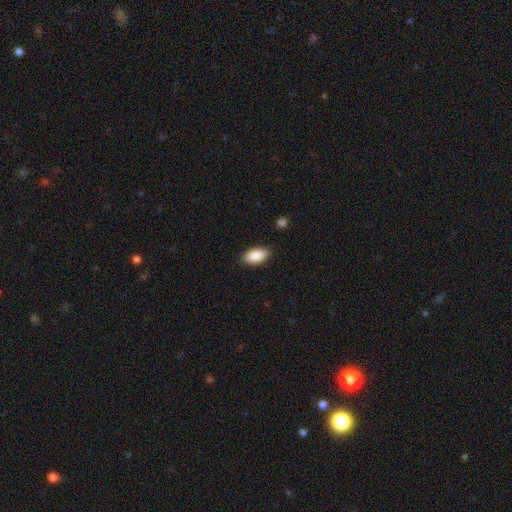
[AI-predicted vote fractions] A smooth galaxy with no disk features (89%) that is in between round and cigar-shaped (92%). Merging: none (87%).